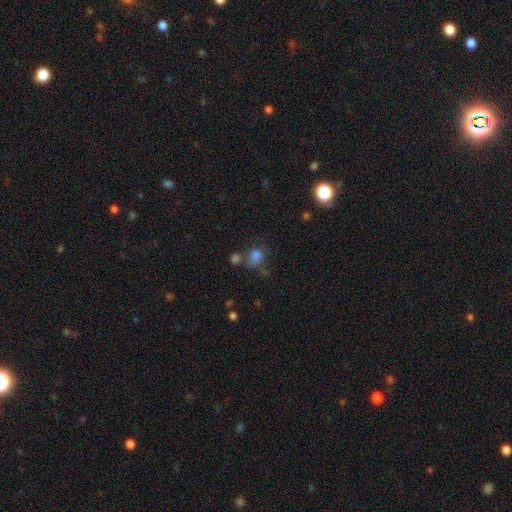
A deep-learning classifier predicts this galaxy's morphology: type=smooth (75%); roundness=round (55%); merging=none (44%).